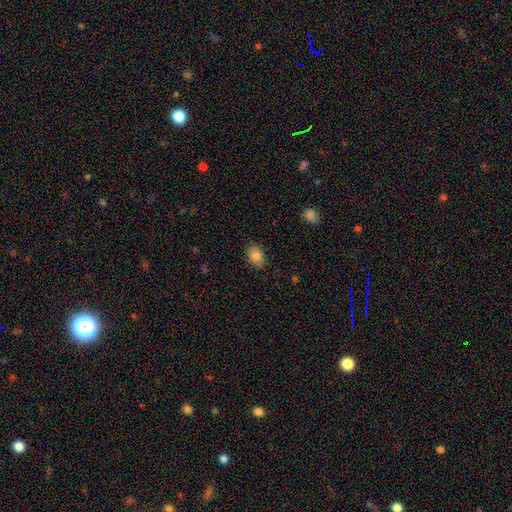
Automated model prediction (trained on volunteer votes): Smooth or featured? smooth (84%)
How rounded? in between (77%)
Merging? none (85%)